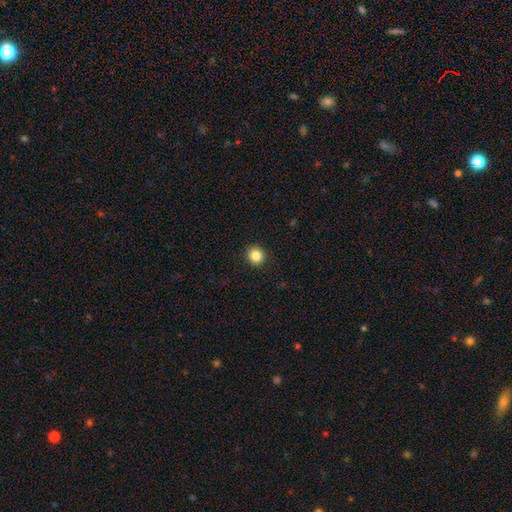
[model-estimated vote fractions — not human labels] This appears to be a smooth galaxy with no disk features (85%) that is round (90%). Merging: none (92%).